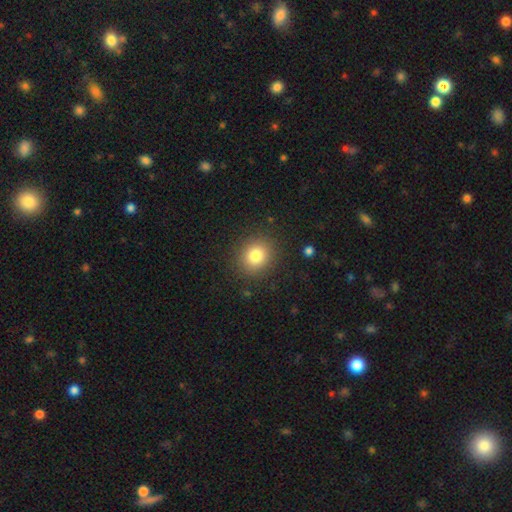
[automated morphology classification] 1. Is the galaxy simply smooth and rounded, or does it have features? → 80% smooth, 12% star or artifact, 8% featured or disk.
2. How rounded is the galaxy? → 81% round, 18% in between, 1% cigar-shaped.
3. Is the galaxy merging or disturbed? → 89% none, 7% minor disturbance, 3% major disturbance, 1% merger.